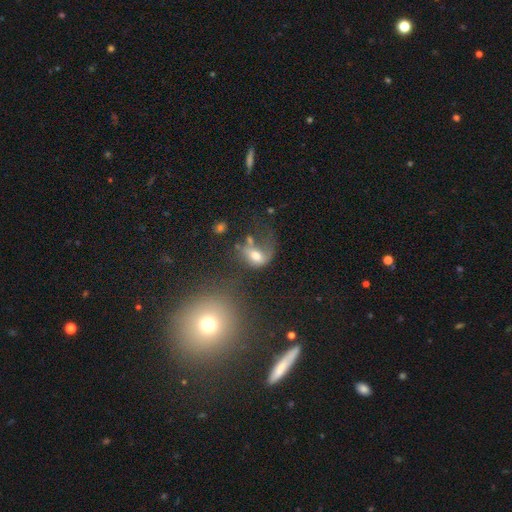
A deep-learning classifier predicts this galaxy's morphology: Smooth or featured? smooth (46%)
Merging? major disturbance (43%)